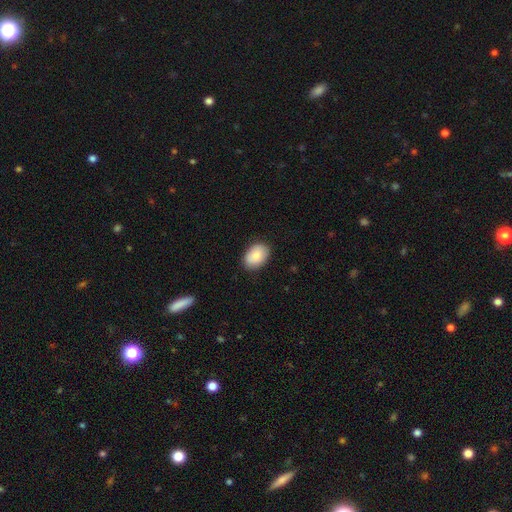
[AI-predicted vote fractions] This appears to be a smooth galaxy with no disk features (85%) that is in between round and cigar-shaped (82%). Merging: none (85%).